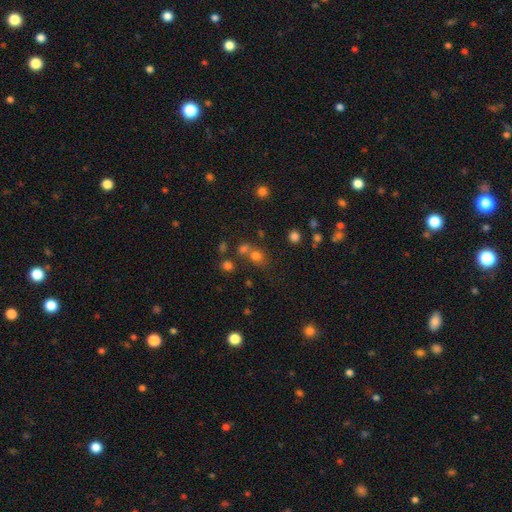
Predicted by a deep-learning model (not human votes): smooth-or-featured: smooth: 71% | star or artifact: 20% | featured or disk: 9%
  how-rounded: round: 75% | in between: 24% | cigar-shaped: 1%
  merging: none: 54% | merger: 31% | minor disturbance: 10% | major disturbance: 5%